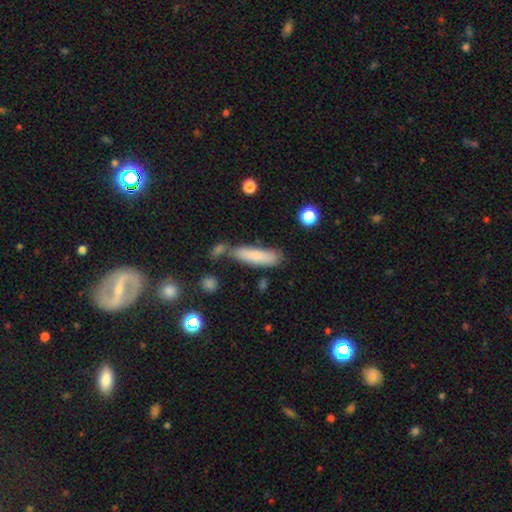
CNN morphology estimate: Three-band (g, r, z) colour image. It shows a smooth galaxy with no disk features (81%) that is cigar-shaped (67%). Merging: none (62%).